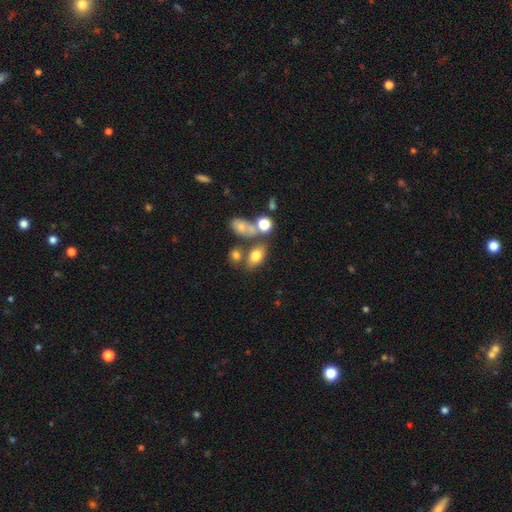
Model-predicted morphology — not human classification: A smooth galaxy with no disk features (75%) that is in between round and cigar-shaped (84%).

Vote fractions:
- Smooth or featured? smooth: 75% / featured or disk: 14% / star or artifact: 11%
- How rounded? in between: 84% / round: 14% / cigar-shaped: 3%
- Merging? none: 54% / merger: 25% / minor disturbance: 15% / major disturbance: 6%